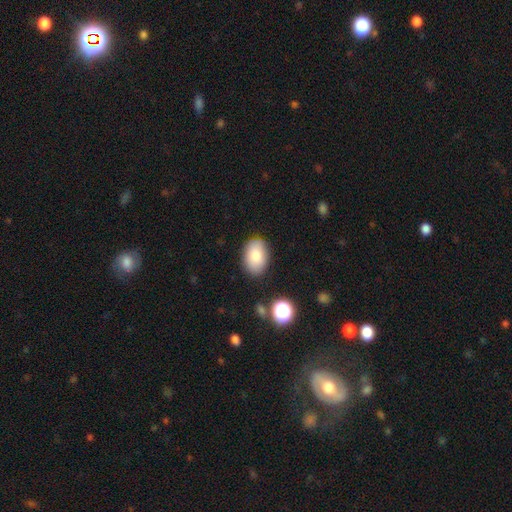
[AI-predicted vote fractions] A smooth galaxy with no disk features (83%) that is in between round and cigar-shaped (86%). Merging: none (83%).